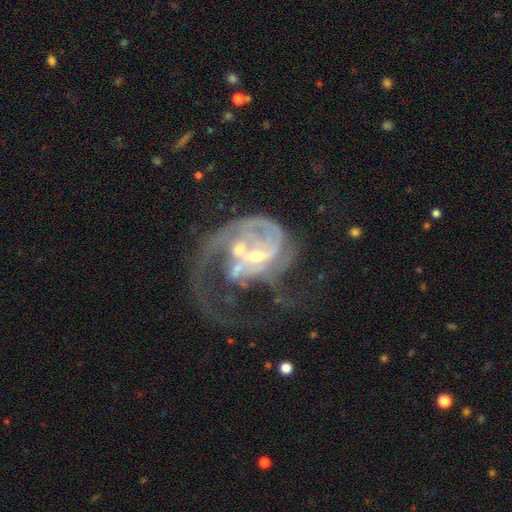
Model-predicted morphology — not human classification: featured or disk 84%, smooth 8%, star or artifact 8%. Down the decision tree: edge-on disk — no (97%); bar — no (49%); spiral arms — yes (85%); spiral arm count — 1 (37%); spiral winding — medium (40%); bulge size — moderate (49%); merging — merger (38%).